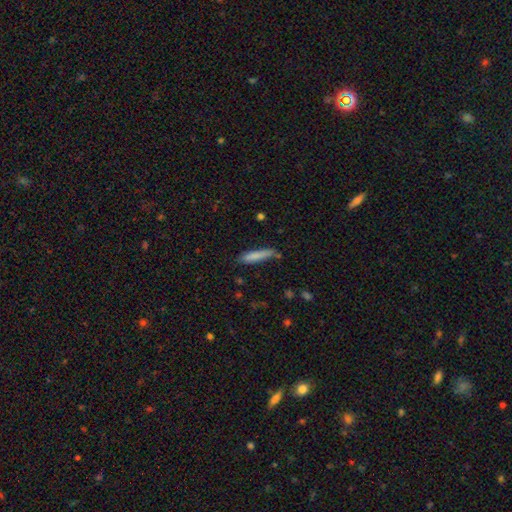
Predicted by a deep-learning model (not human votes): smooth_or_featured: smooth (p=0.81) [alt: featured or disk p=0.13]
how_rounded: cigar-shaped (p=0.88) [alt: in between p=0.11]
merging: none (p=0.76) [alt: minor disturbance p=0.17]